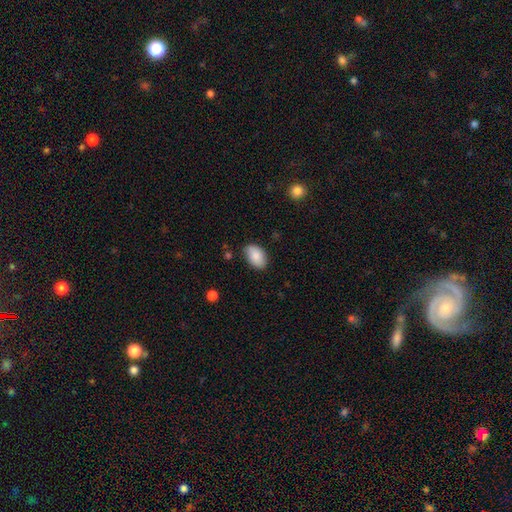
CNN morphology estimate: A smooth galaxy with no disk features (86%) that is in between round and cigar-shaped (91%). Merging: none (80%).